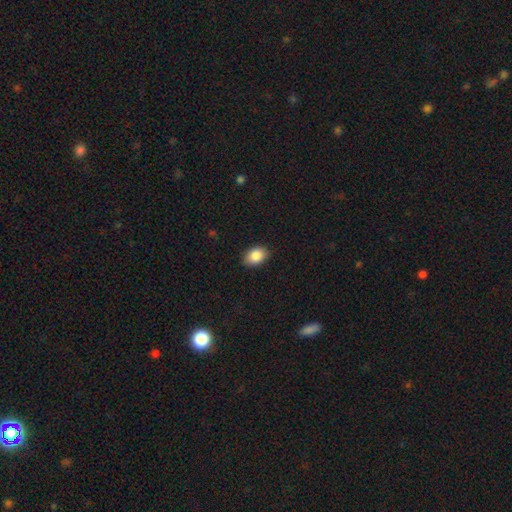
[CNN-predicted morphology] smooth 88%, star or artifact 7%, featured or disk 5%. Down the decision tree: how rounded — in between (86%); merging — none (88%).